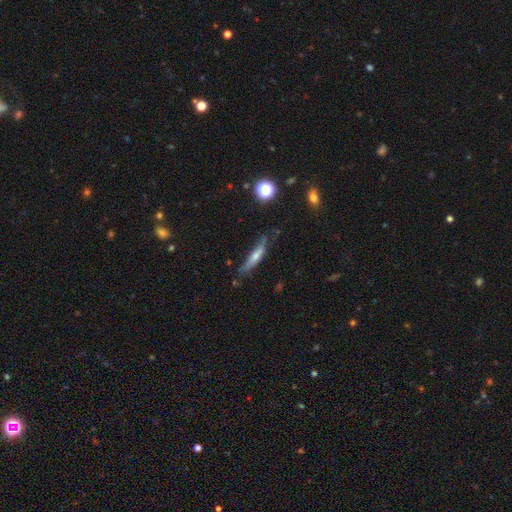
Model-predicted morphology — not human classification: featured or disk 48%, smooth 42%, star or artifact 10%. Down the decision tree: merging — none (65%).